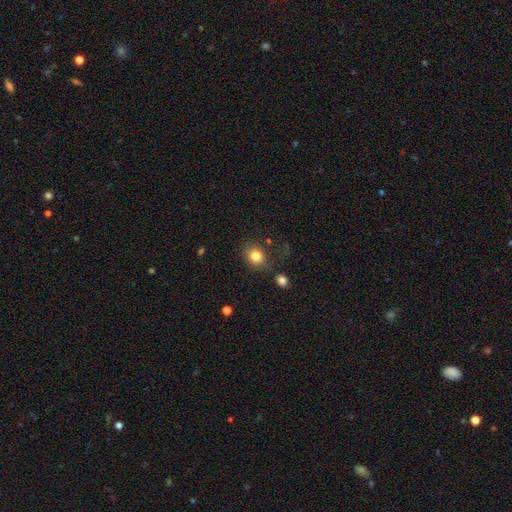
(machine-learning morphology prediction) This appears to be a smooth galaxy with no disk features (81%) that is round (65%). Merging: none (72%).